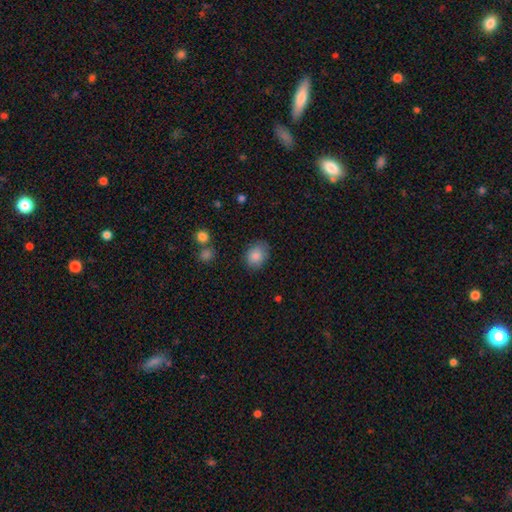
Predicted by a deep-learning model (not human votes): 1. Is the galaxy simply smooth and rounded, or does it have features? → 86% smooth, 8% star or artifact, 6% featured or disk.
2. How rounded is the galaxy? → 60% in between, 39% round, 1% cigar-shaped.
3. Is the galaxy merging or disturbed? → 77% none, 17% minor disturbance, 4% major disturbance, 2% merger.